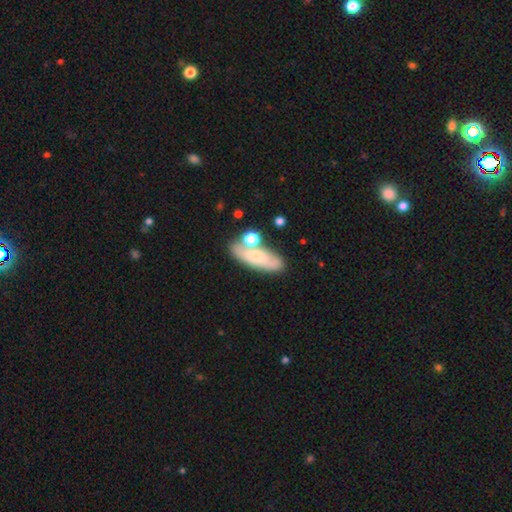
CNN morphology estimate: Smooth or featured?
  - smooth: 60% *
  - featured or disk: 31%
  - star or artifact: 10%
How rounded?
  - in between: 61% *
  - cigar-shaped: 33%
  - round: 7%
Merging?
  - none: 57% *
  - merger: 20%
  - minor disturbance: 17%
  - major disturbance: 6%